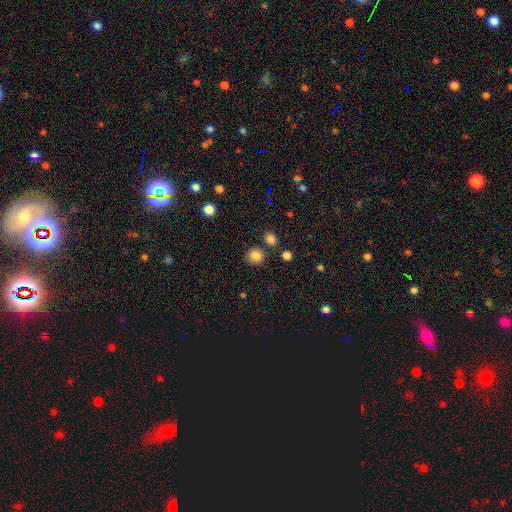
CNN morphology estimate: This appears to be a smooth galaxy with no disk features (84%) that is round (88%). Merging: none (82%).